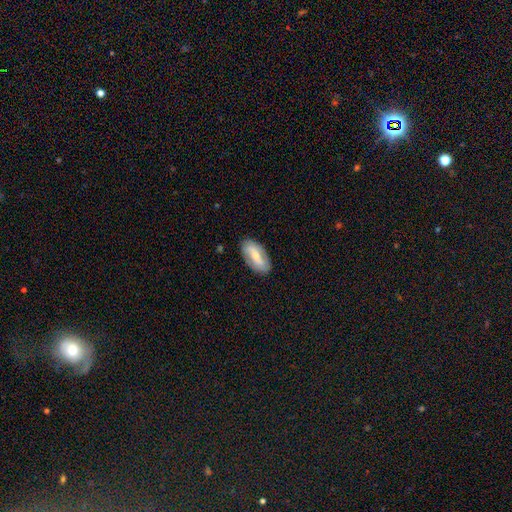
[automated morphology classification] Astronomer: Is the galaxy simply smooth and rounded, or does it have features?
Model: featured or disk — 48% (runner-up: smooth, 46%).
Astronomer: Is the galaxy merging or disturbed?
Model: none — 84%.